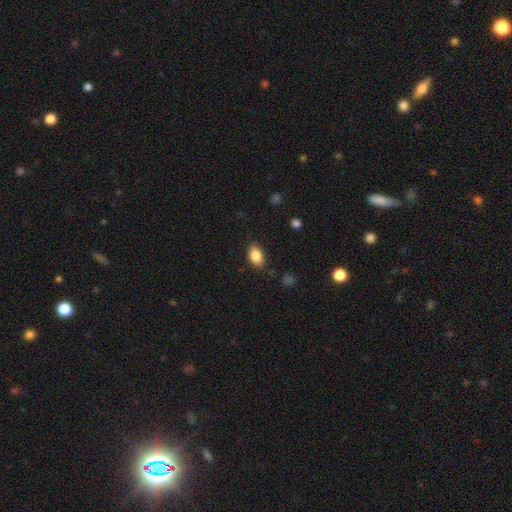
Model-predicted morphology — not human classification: Q: Smooth or featured?
A: smooth (86%); runner-up: star or artifact (8%)
Q: How rounded?
A: in between (89%); runner-up: round (9%)
Q: Merging?
A: none (83%); runner-up: minor disturbance (13%)